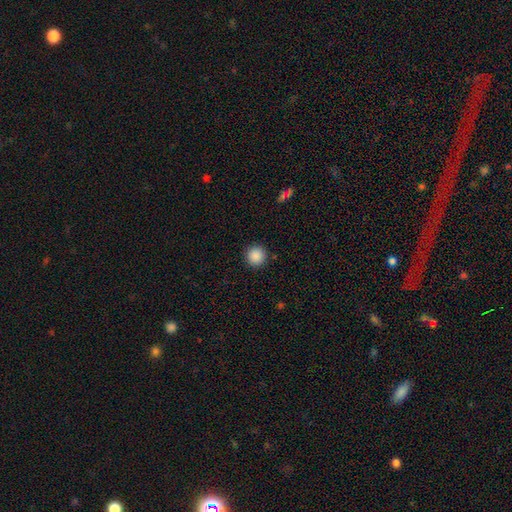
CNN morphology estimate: This is clearly a smooth galaxy (88%). How rounded: clearly round (95%). Merging: clearly none (91%).